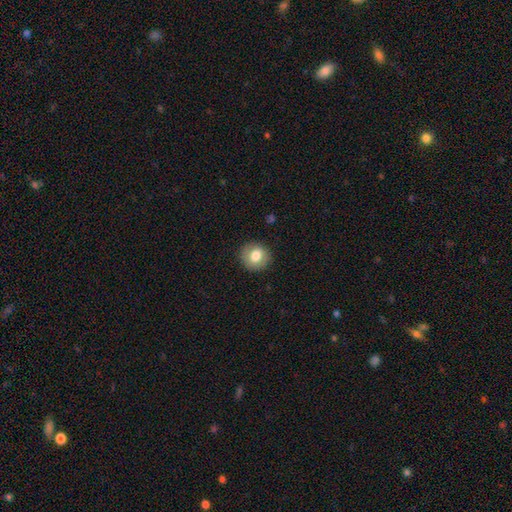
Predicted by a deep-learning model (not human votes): Q: Smooth or featured?
A: smooth (78%); runner-up: featured or disk (13%)
Q: How rounded?
A: round (87%); runner-up: in between (12%)
Q: Merging?
A: none (89%); runner-up: minor disturbance (8%)